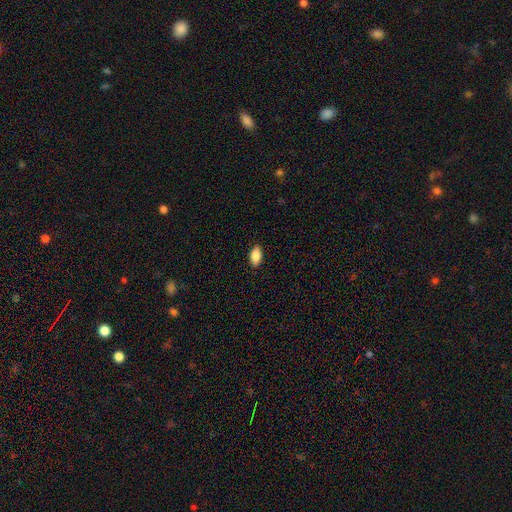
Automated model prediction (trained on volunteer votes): smooth 87%, star or artifact 7%, featured or disk 6%. Down the decision tree: how rounded — in between (91%); merging — none (89%).